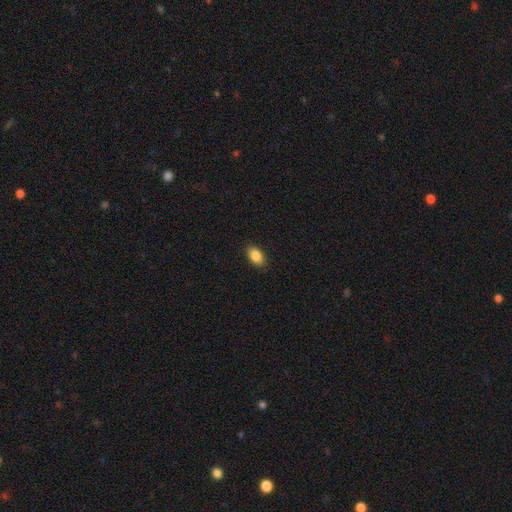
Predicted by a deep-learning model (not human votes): smooth 87%, star or artifact 8%, featured or disk 5%. Down the decision tree: how rounded — in between (91%); merging — none (89%).